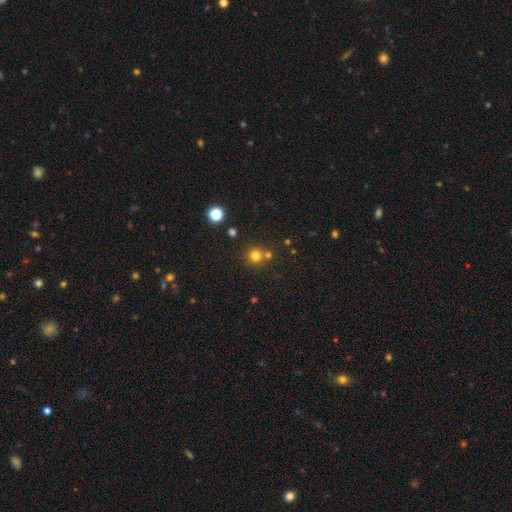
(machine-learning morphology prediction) smooth-or-featured: smooth: 76% | star or artifact: 17% | featured or disk: 7%
  how-rounded: round: 93% | in between: 6% | cigar-shaped: 1%
  merging: none: 68% | merger: 21% | minor disturbance: 8% | major disturbance: 3%